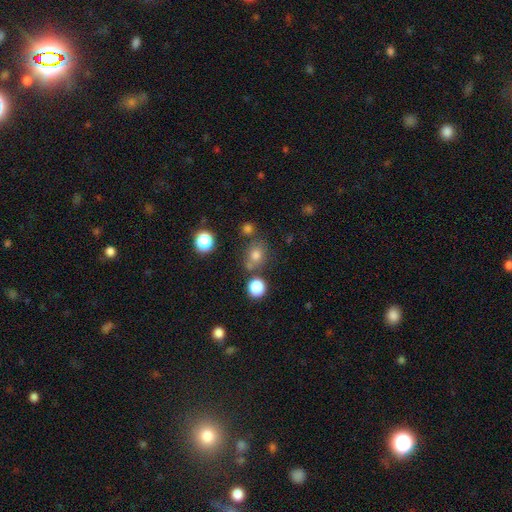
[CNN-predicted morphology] The model was most divided on "how rounded": round: 73%, in between: 26%, cigar-shaped: 1%. More confident: smooth or featured — smooth (73%); merging — none (66%).